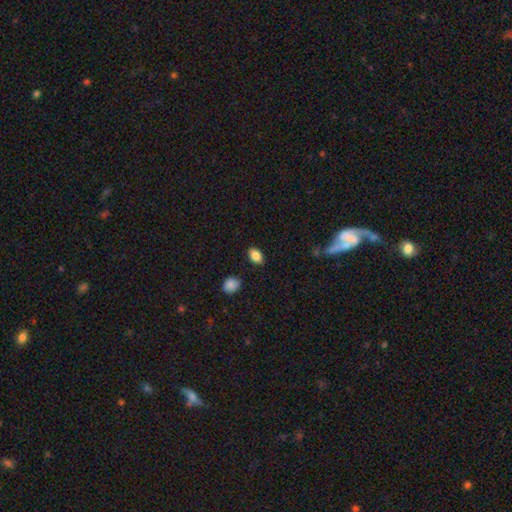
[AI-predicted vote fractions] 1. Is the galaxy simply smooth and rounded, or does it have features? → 85% smooth, 8% star or artifact, 6% featured or disk.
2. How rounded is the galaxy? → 86% in between, 12% round, 2% cigar-shaped.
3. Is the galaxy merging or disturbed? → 86% none, 10% minor disturbance, 2% major disturbance, 2% merger.